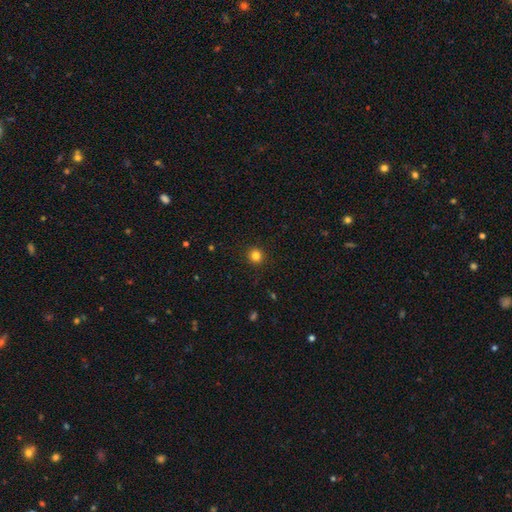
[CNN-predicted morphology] smooth 82%, star or artifact 13%, featured or disk 5%. Down the decision tree: how rounded — round (94%); merging — none (92%).